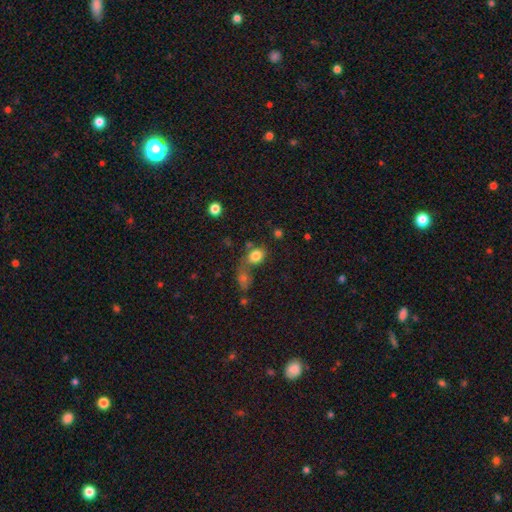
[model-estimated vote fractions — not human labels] Smooth or featured: smooth — 81% (star or artifact — 12%)
How rounded: in between — 51% (round — 48%)
Merging: none — 52% (merger — 28%)